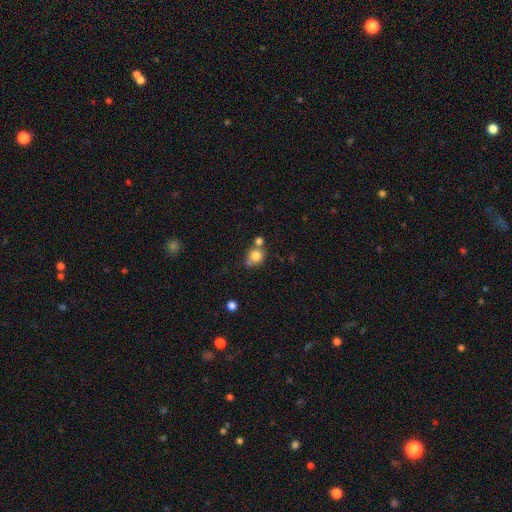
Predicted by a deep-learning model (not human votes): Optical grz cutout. It shows a smooth galaxy with no disk features (80%) that is round (80%). Merging: none (53%).